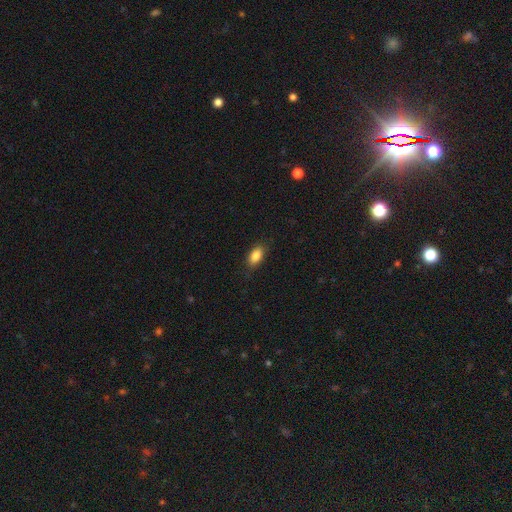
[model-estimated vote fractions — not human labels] The model was most divided on "merging": none: 85%, minor disturbance: 12%, major disturbance: 3%, merger: 1%. More confident: how rounded — in between (90%); smooth or featured — smooth (85%).